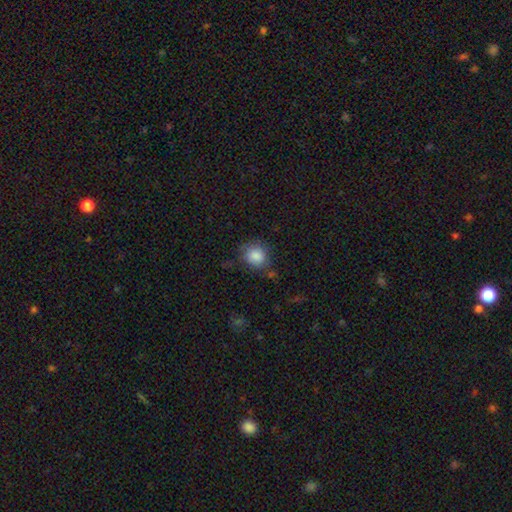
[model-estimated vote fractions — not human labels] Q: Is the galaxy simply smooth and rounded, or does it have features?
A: smooth — 86%.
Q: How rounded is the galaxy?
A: round — 74%.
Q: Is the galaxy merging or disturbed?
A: none — 70%.